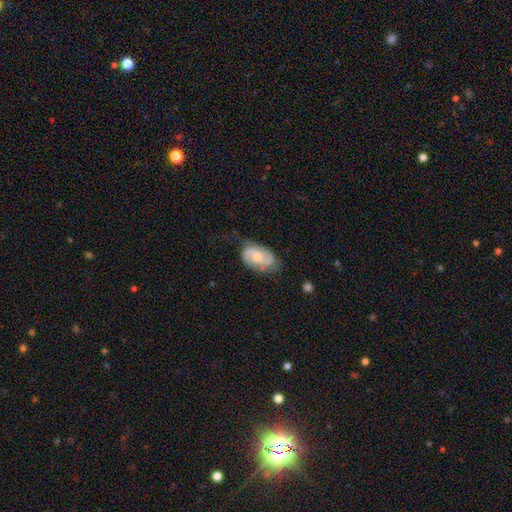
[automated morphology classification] Smooth or featured? featured or disk (76%)
Edge-on disk? no (97%)
Bar? no (53%)
Spiral arms? yes (94%)
Spiral winding? medium (47%)
Spiral arm count? 2 (85%)
Bulge size? moderate (52%)
Merging? none (68%)